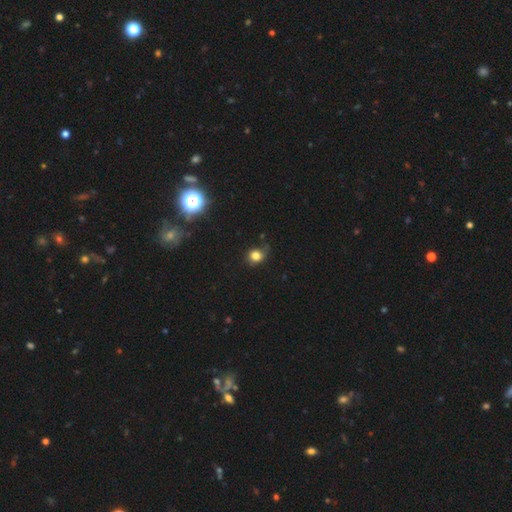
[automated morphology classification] Smooth or featured? smooth (79%)
How rounded? round (69%)
Merging? none (65%)